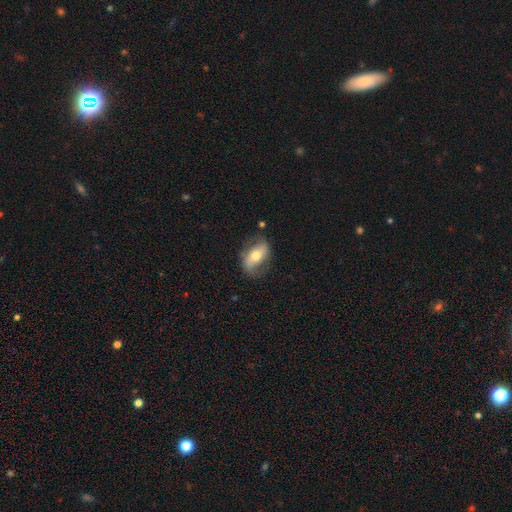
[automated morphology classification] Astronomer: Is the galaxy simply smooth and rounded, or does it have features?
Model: featured or disk — 57% (runner-up: smooth, 37%).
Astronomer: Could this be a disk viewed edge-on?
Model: no — 90%.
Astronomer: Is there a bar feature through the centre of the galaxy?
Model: no — 37% (runner-up: strong, 33%).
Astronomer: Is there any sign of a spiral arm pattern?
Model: yes — 72%.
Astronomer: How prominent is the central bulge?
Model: moderate — 70%.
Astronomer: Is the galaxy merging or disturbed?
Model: none — 70%.